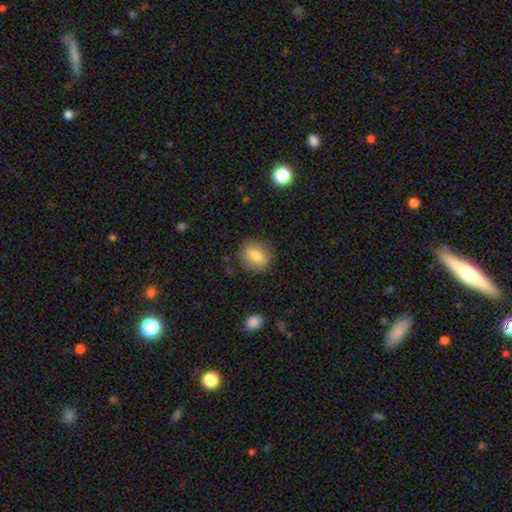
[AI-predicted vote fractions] This appears to be a smooth galaxy with no disk features (79%) that is round (62%). Merging: none (84%).